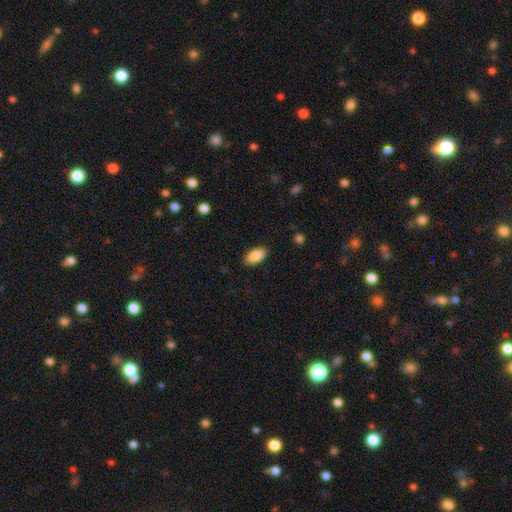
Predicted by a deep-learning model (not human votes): Smooth or featured? Predicted: smooth (p=0.89). How rounded? Predicted: in between (p=0.91). Merging? Predicted: none (p=0.84).